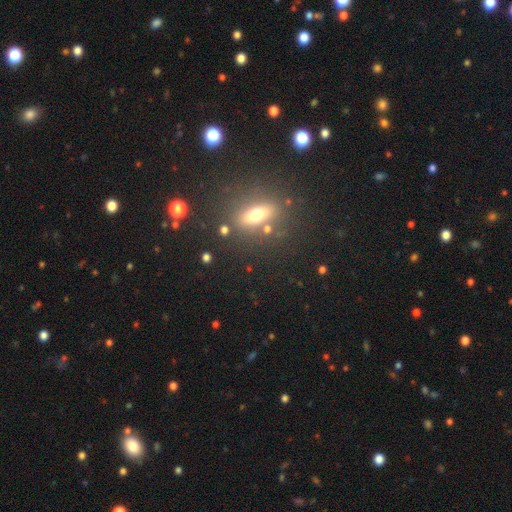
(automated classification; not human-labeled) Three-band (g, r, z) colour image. It shows a star or artifact, not a galaxy (41%).